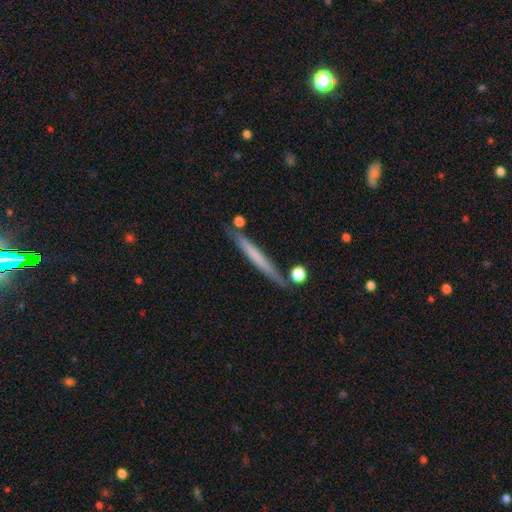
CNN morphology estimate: Q: Smooth or featured?
A: smooth (53%); runner-up: featured or disk (41%)
Q: How rounded?
A: cigar-shaped (96%); runner-up: in between (2%)
Q: Merging?
A: none (82%); runner-up: minor disturbance (11%)